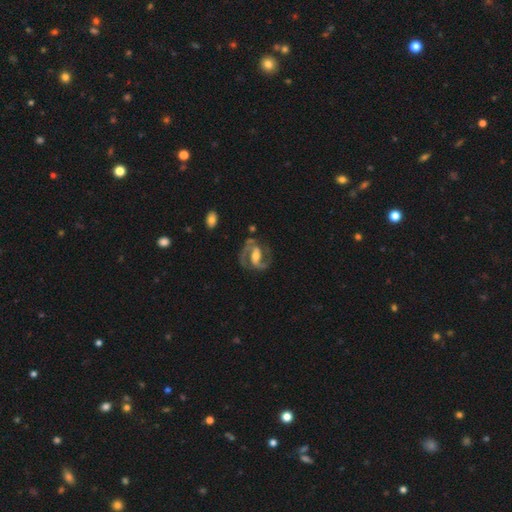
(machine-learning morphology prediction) A featured or disk galaxy (89%) with a strong bar (44%), 2 (91%) medium (61%) spiral arms (96%) and a moderate central bulge (55%). Merging: none (71%).